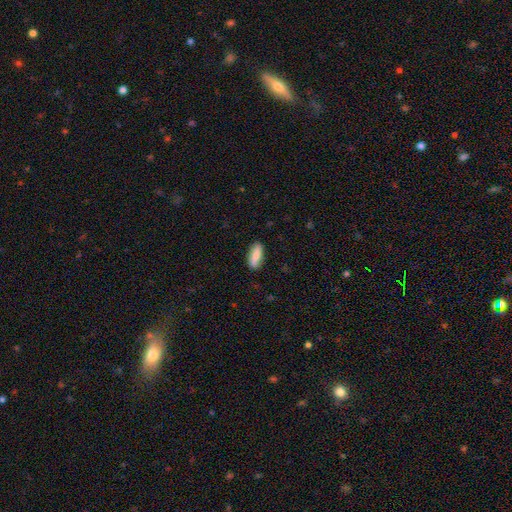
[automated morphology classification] Q: Smooth or featured?
A: smooth (79%); runner-up: featured or disk (15%)
Q: How rounded?
A: in between (64%); runner-up: cigar-shaped (33%)
Q: Merging?
A: none (85%); runner-up: minor disturbance (12%)